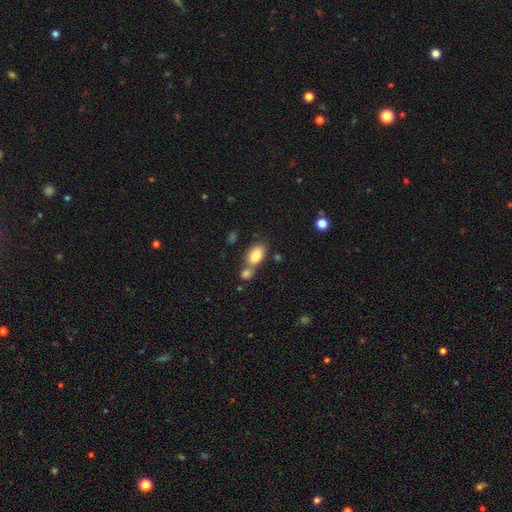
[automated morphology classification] This appears to be a smooth galaxy with no disk features (83%) that is in between round and cigar-shaped (90%). Merging: none (45%).